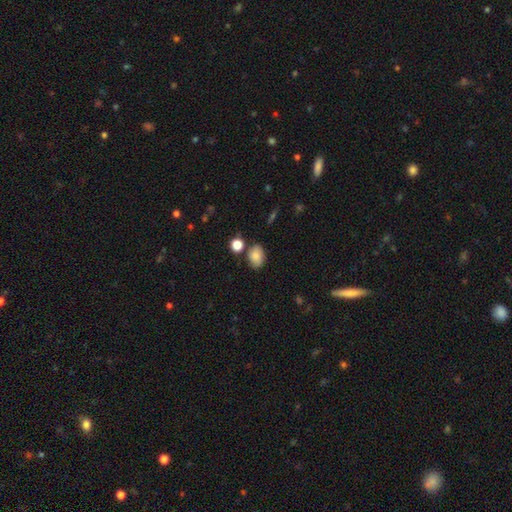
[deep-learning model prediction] A smooth galaxy with no disk features (82%) that is in between round and cigar-shaped (75%).

Vote fractions:
- Smooth or featured? smooth: 82% / star or artifact: 10% / featured or disk: 8%
- How rounded? in between: 75% / round: 24% / cigar-shaped: 1%
- Merging? none: 75% / minor disturbance: 15% / merger: 7% / major disturbance: 4%